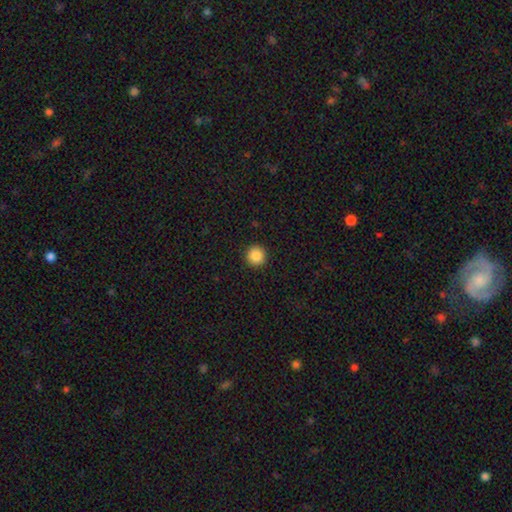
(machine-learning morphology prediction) A smooth galaxy with no disk features (86%) that is round (95%). Merging: none (93%).